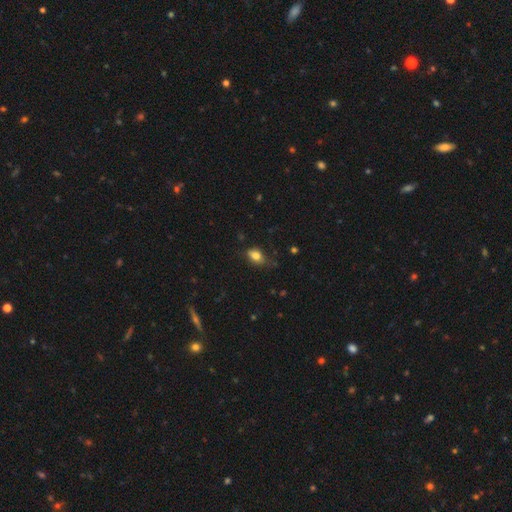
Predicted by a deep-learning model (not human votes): Smooth or featured? Predicted: smooth (p=0.82). How rounded? Predicted: in between (p=0.82). Merging? Predicted: none (p=0.65).